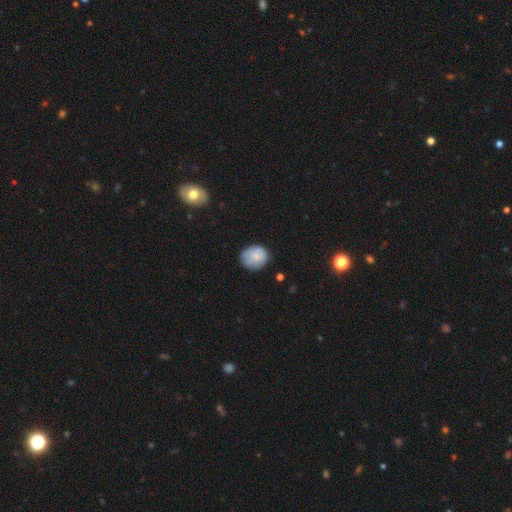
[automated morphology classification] Overall: smooth (76%). How rounded: round (70%). Merging: none (65%; minor disturbance 27%).